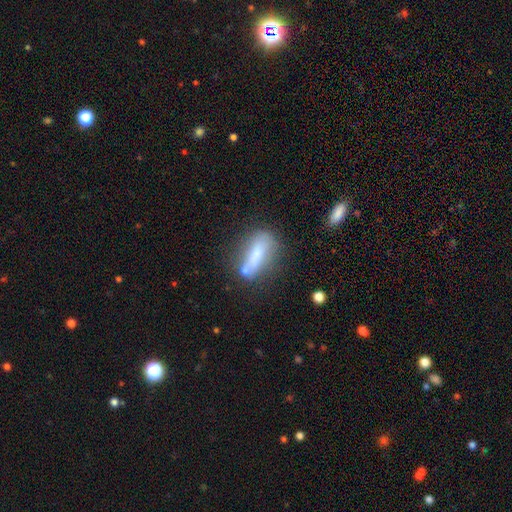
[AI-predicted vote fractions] This appears to be a smooth galaxy with no disk features (66%) that is in between round and cigar-shaped (52%). Merging: none (54%).